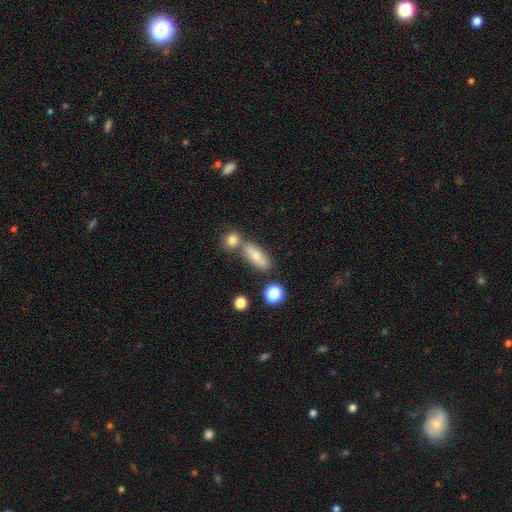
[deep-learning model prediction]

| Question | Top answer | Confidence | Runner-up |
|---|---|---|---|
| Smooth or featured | smooth | 60% | featured or disk (23%) |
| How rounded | in between | 61% | cigar-shaped (24%) |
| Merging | none | 49% | merger (35%) |